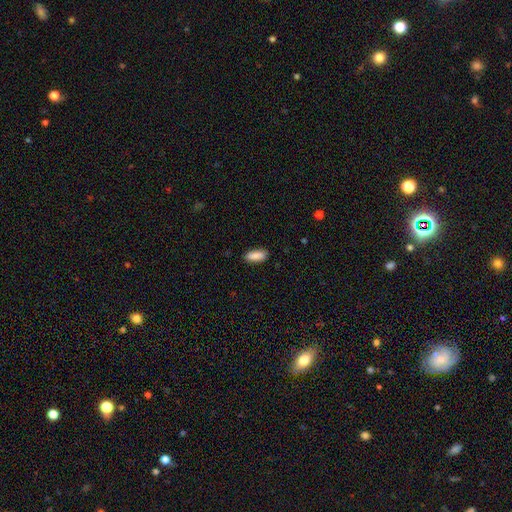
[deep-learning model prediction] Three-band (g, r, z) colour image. It shows a smooth galaxy with no disk features (89%) that is in between round and cigar-shaped (76%). Merging: none (87%).